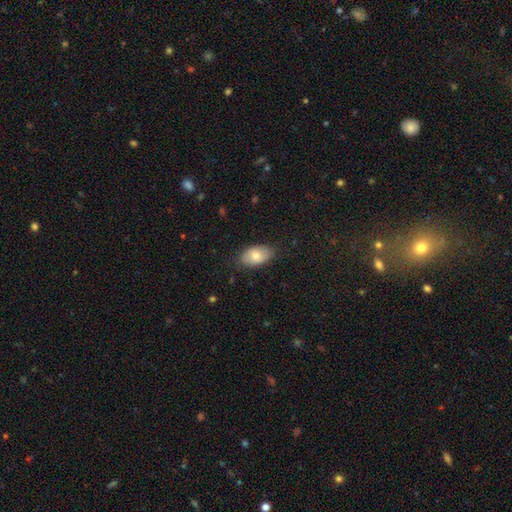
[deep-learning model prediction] smooth-or-featured: smooth: 76% | featured or disk: 18% | star or artifact: 7%
  how-rounded: in between: 92% | round: 6% | cigar-shaped: 1%
  merging: none: 80% | minor disturbance: 16% | major disturbance: 3% | merger: 1%